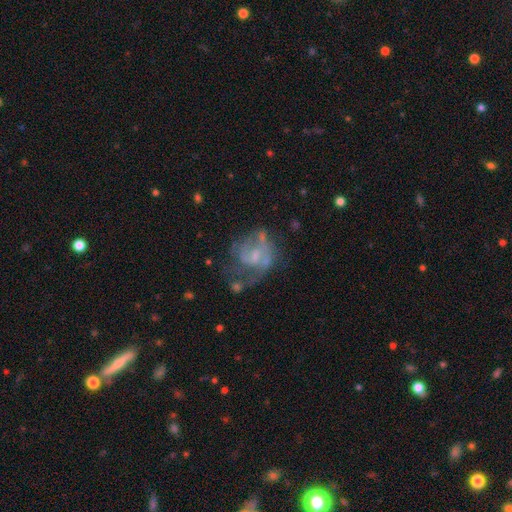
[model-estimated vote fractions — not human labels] This is likely a featured or disk galaxy (71%). It is clearly not viewed edge-on (98%). Bar: possibly no (57%). Spiral arm pattern: likely yes (65%). Central bulge: possibly small (46%). Merging: marginally major disturbance (36%).